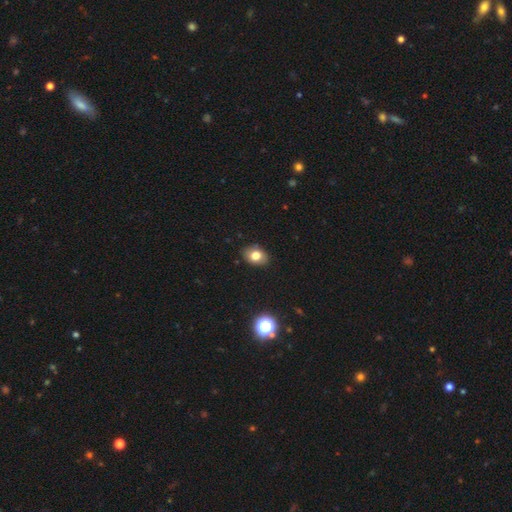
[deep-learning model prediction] Smooth or featured: smooth — 78% (star or artifact — 11%)
How rounded: in between — 68% (round — 31%)
Merging: none — 86% (minor disturbance — 10%)